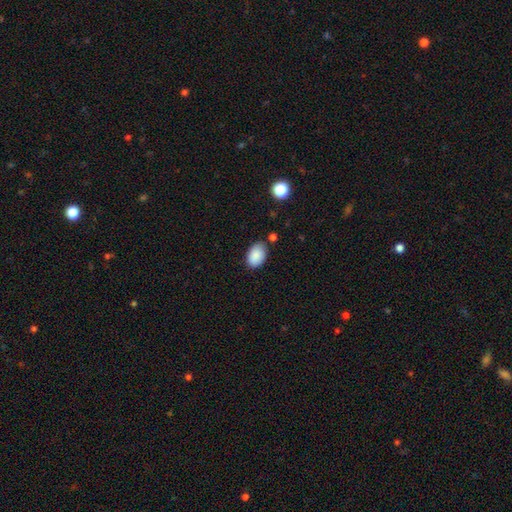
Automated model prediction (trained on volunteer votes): Morphology: type=smooth (89%); roundness=in between (89%); merging=none (78%).